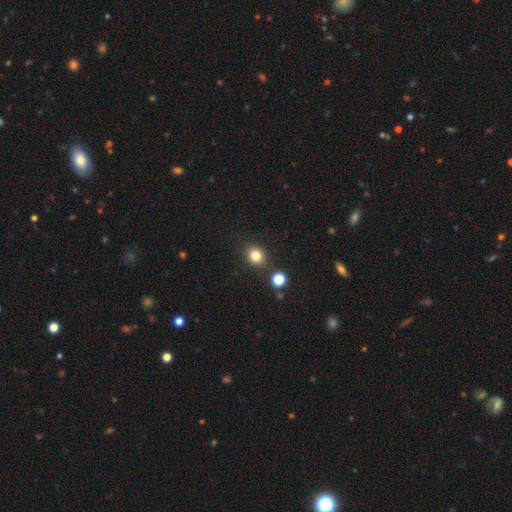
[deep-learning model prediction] This appears to be a smooth galaxy with no disk features (82%) that is round (67%). Merging: none (85%).